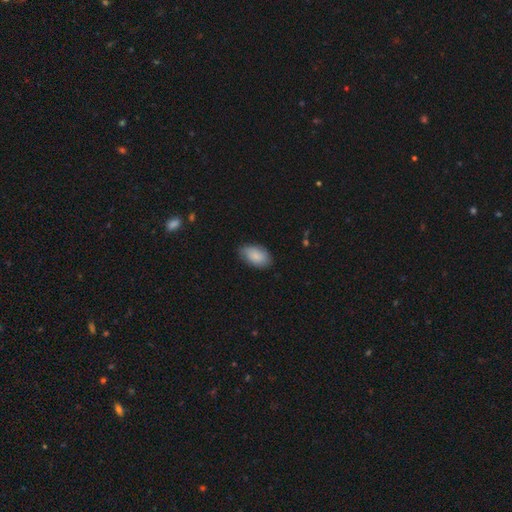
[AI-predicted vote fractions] smooth 85%, featured or disk 9%, star or artifact 6%. Down the decision tree: how rounded — in between (93%); merging — none (75%).